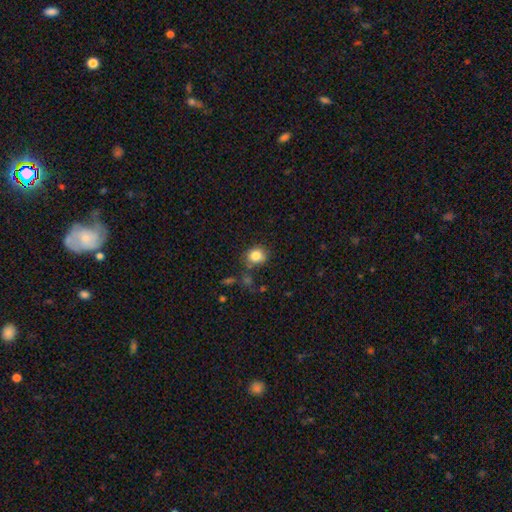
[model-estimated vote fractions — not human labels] Overall: smooth (84%). How rounded: round (70%). Merging: none (71%).